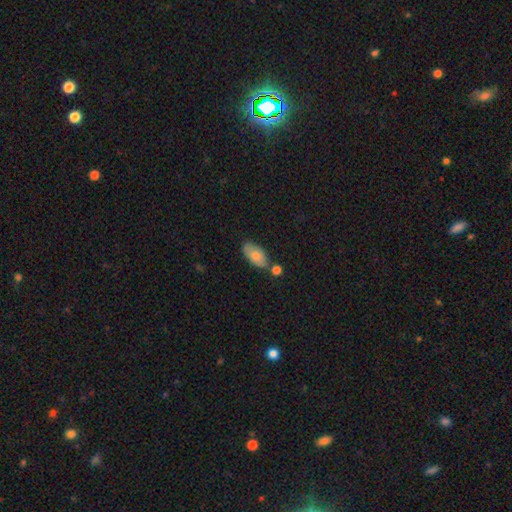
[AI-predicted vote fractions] smooth_or_featured: smooth (p=0.76) [alt: featured or disk p=0.17]
how_rounded: in between (p=0.91) [alt: cigar-shaped p=0.05]
merging: none (p=0.65) [alt: minor disturbance p=0.18]